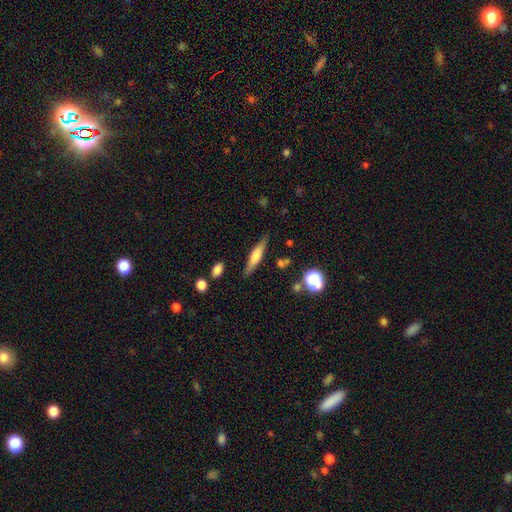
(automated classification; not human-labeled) A smooth galaxy with no disk features (47%).

Vote fractions:
- Smooth or featured? smooth: 47% / featured or disk: 45% / star or artifact: 8%
- Merging? none: 83% / minor disturbance: 11% / major disturbance: 3% / merger: 3%